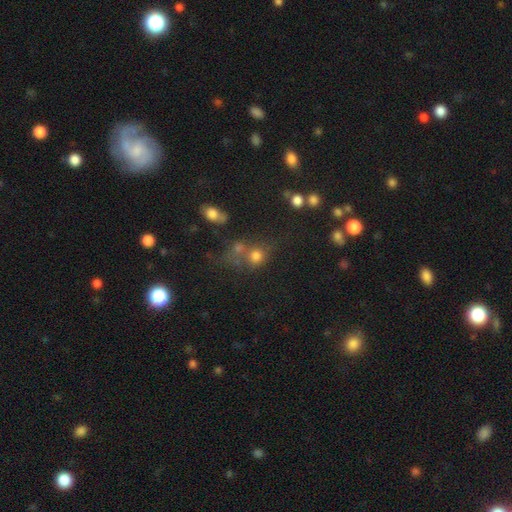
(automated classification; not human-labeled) A smooth galaxy with no disk features (71%) that is round (77%). Merging: none (46%).